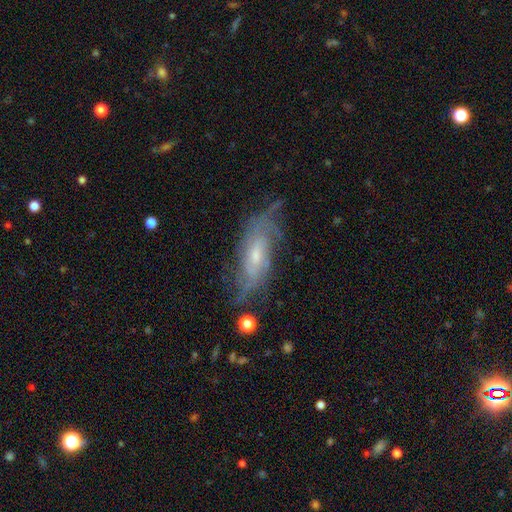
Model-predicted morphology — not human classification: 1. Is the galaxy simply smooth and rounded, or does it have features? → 76% featured or disk, 16% smooth, 8% star or artifact.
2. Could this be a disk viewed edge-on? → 84% no, 16% yes.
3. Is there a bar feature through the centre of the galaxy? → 56% no, 36% weak, 8% strong.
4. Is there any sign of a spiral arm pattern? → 88% yes, 12% no.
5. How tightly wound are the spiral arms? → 44% tight, 37% medium, 19% loose.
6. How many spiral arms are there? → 50% can't tell, 24% 2, 10% 3, 8% 4, 4% more than 4, 4% 1.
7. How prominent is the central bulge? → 55% small, 38% moderate, 4% none, 3% large, 1% dominant.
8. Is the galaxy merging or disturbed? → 65% none, 22% minor disturbance, 11% major disturbance, 2% merger.